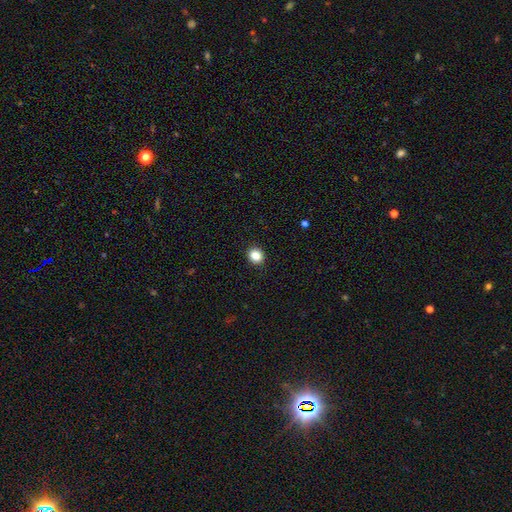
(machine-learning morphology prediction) smooth-or-featured: smooth: 85% | star or artifact: 10% | featured or disk: 4%
  how-rounded: round: 77% | in between: 22% | cigar-shaped: 1%
  merging: none: 92% | minor disturbance: 5% | major disturbance: 2% | merger: 1%